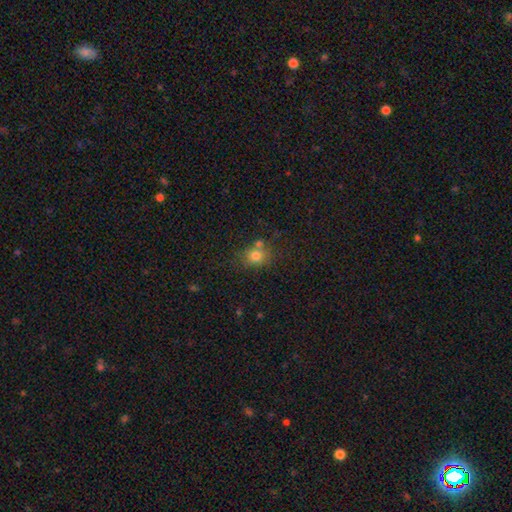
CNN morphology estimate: Overall: smooth (76%). How rounded: round (71%). Merging: none (59%; merger 21%).